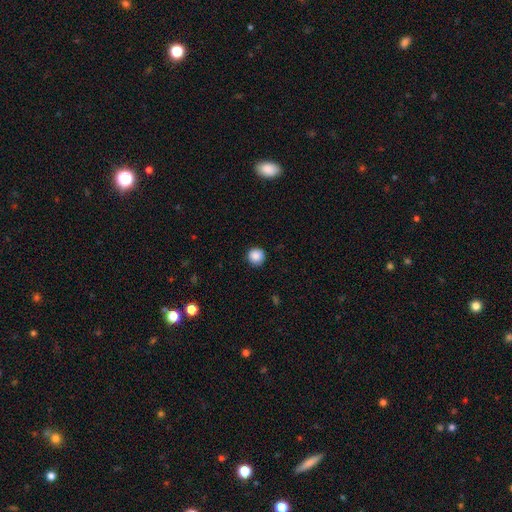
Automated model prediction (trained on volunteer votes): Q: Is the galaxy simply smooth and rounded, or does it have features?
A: smooth — 87%.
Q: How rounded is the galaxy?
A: round — 95%.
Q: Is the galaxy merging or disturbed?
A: none — 88%.